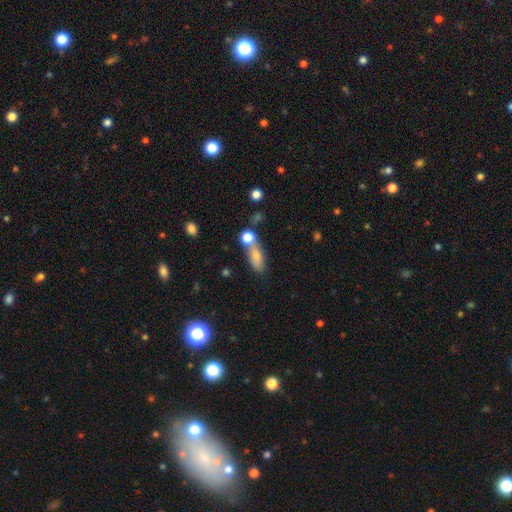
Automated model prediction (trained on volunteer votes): Smooth or featured: smooth — 78% (featured or disk — 13%)
How rounded: in between — 71% (cigar-shaped — 20%)
Merging: none — 42% (merger — 36%)